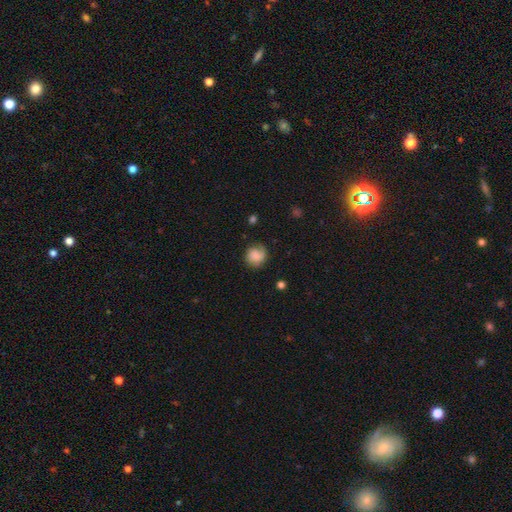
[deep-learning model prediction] This is likely a smooth galaxy (70%). How rounded: likely round (78%). Merging: likely none (63%).